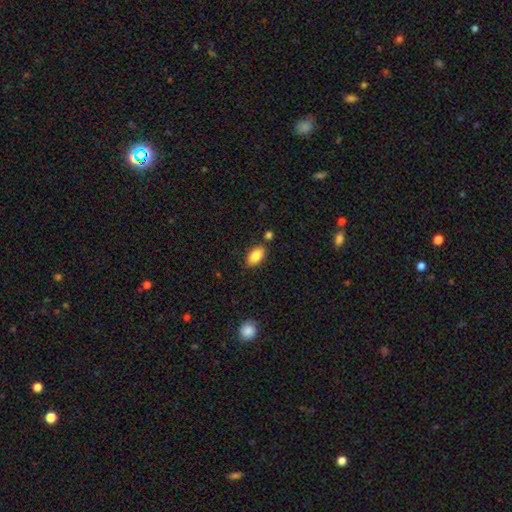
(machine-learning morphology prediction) Smooth or featured? smooth (85%)
How rounded? in between (92%)
Merging? none (82%)